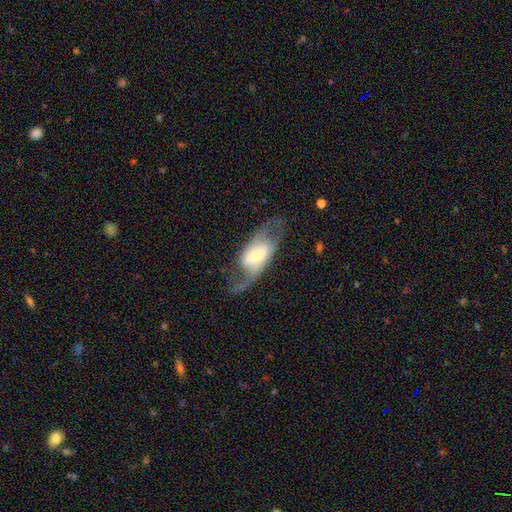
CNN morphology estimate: Smooth or featured?
  - featured or disk: 72% *
  - smooth: 21%
  - star or artifact: 7%
Edge-on disk?
  - no: 91% *
  - yes: 9%
Bar?
  - weak: 40% *
  - strong: 37%
  - no: 22%
Spiral arms?
  - yes: 86% *
  - no: 14%
Spiral winding?
  - loose: 57% *
  - medium: 34%
  - tight: 10%
Spiral arm count?
  - 2: 80% *
  - 1: 10%
  - can't tell: 7%
  - 3: 1%
  - 4: 1%
  - more than 4: 1%
Bulge size?
  - small: 29% *
  - moderate: 27%
  - large: 23%
  - none: 15%
  - dominant: 6%
Merging?
  - none: 53% *
  - major disturbance: 24%
  - minor disturbance: 21%
  - merger: 3%